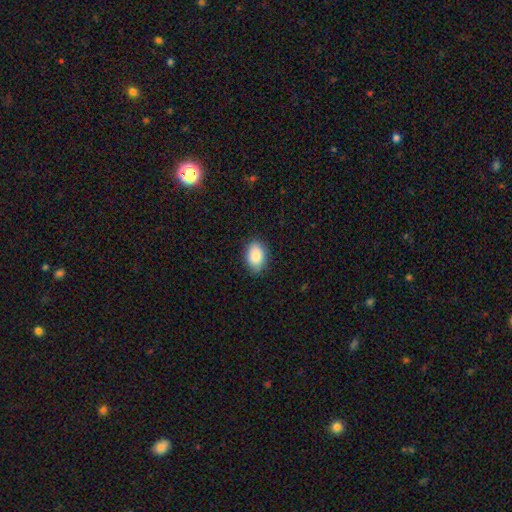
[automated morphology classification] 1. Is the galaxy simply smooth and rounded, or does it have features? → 87% smooth, 7% star or artifact, 6% featured or disk.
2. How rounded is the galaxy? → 82% in between, 16% round, 1% cigar-shaped.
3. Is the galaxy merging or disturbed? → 86% none, 11% minor disturbance, 2% major disturbance, 1% merger.